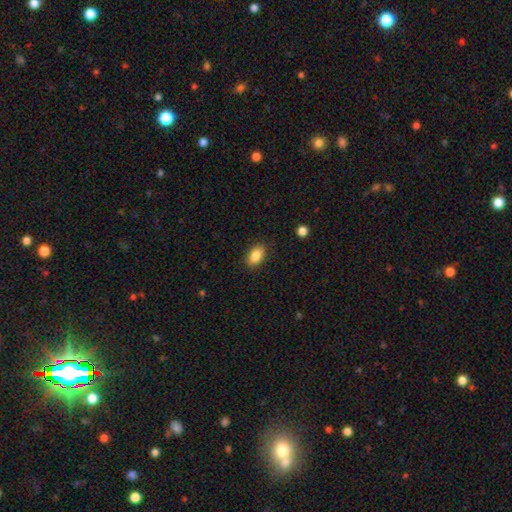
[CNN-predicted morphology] This appears to be a smooth galaxy with no disk features (86%) that is in between round and cigar-shaped (89%). Merging: none (87%).